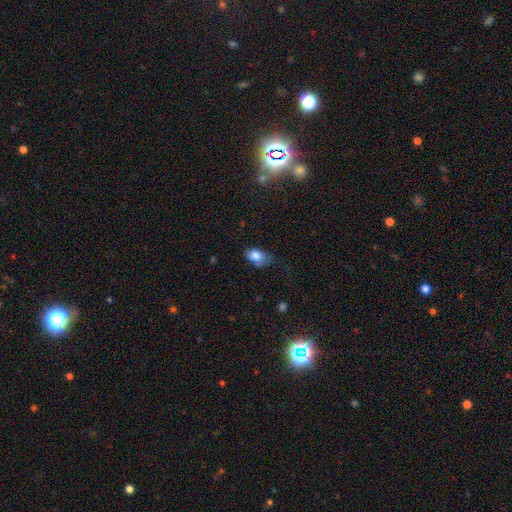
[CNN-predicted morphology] Overall: smooth (81%). How rounded: in between (82%). Merging: none (42%; minor disturbance 38%).